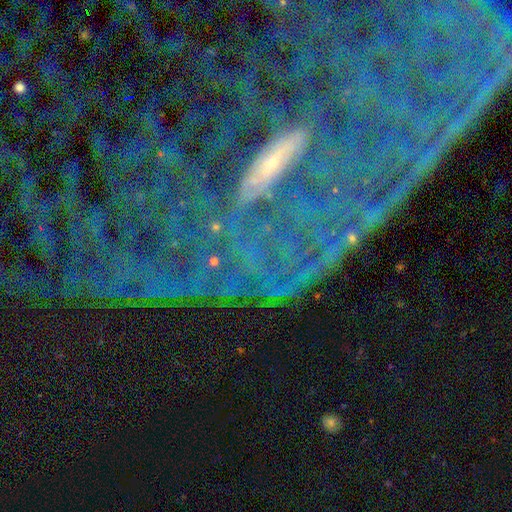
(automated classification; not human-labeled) smooth-or-featured: featured or disk: 46% | star or artifact: 40% | smooth: 14%
  merging: none: 65% | minor disturbance: 15% | major disturbance: 13% | merger: 7%